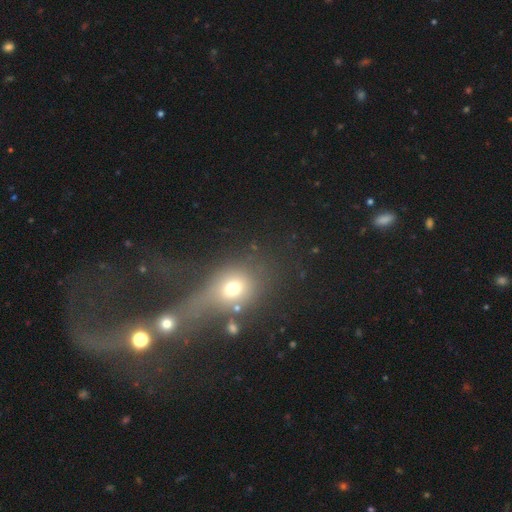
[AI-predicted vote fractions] The model was most divided on "smooth or featured": smooth: 41%, featured or disk: 33%, star or artifact: 26%. Remaining: merging — merger (49%).